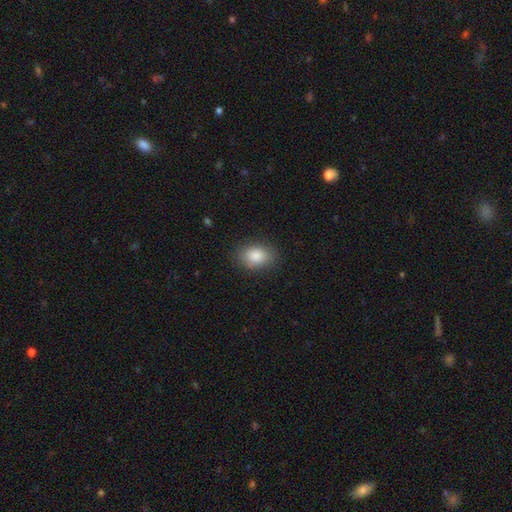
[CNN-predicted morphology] smooth_or_featured: smooth (p=0.85) [alt: star or artifact p=0.08]
how_rounded: in between (p=0.77) [alt: round p=0.21]
merging: none (p=0.84) [alt: minor disturbance p=0.12]